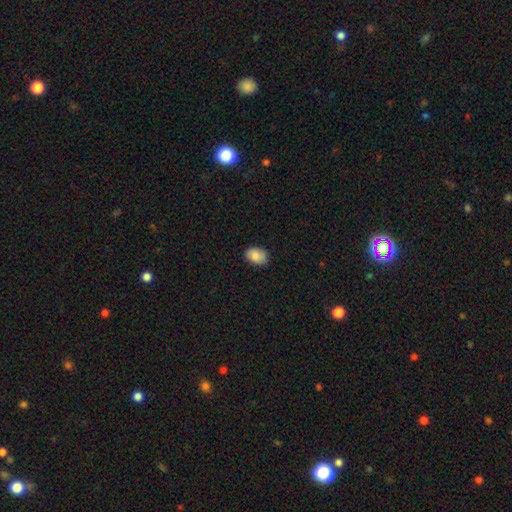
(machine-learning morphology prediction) type=smooth (86%); roundness=in between (85%); merging=none (86%).